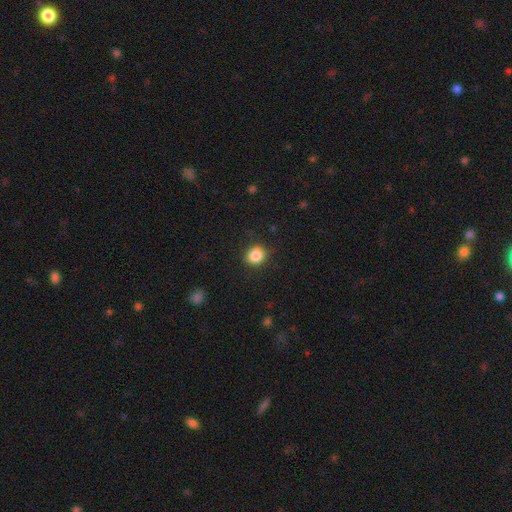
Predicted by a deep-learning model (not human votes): A smooth galaxy with no disk features (86%) that is round (78%). Merging: none (85%).